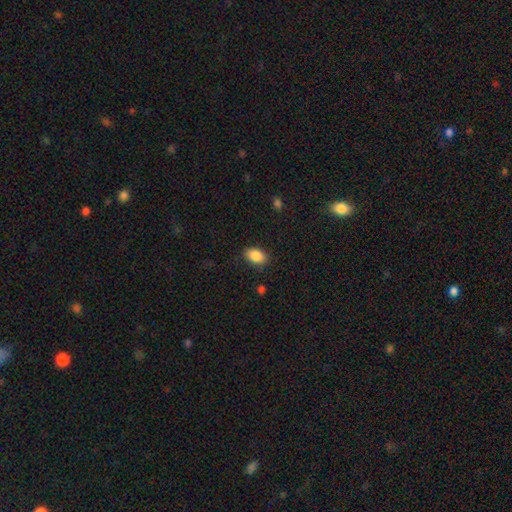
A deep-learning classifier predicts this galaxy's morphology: The model was most divided on "merging": none: 85%, minor disturbance: 11%, major disturbance: 3%, merger: 1%. More confident: how rounded — in between (89%); smooth or featured — smooth (88%).